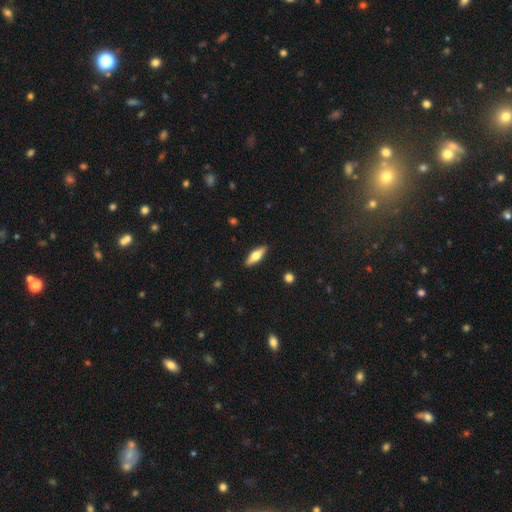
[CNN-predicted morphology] A smooth galaxy with no disk features (50%) that is cigar-shaped (50%). Merging: none (90%).